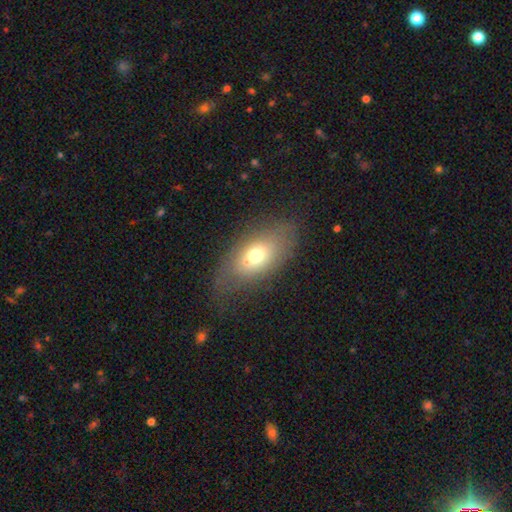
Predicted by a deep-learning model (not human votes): smooth_or_featured: smooth (p=0.61) [alt: featured or disk p=0.27]
how_rounded: in between (p=0.82) [alt: round p=0.14]
merging: none (p=0.59) [alt: minor disturbance p=0.19]